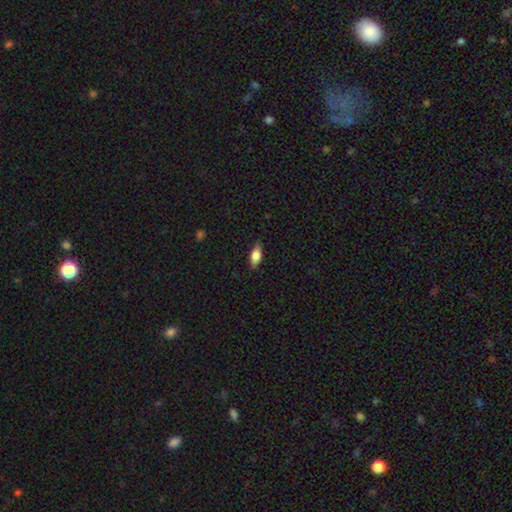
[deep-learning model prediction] smooth-or-featured: smooth: 74% | featured or disk: 19% | star or artifact: 7%
  how-rounded: in between: 82% | cigar-shaped: 15% | round: 4%
  merging: none: 85% | minor disturbance: 12% | major disturbance: 2% | merger: 1%